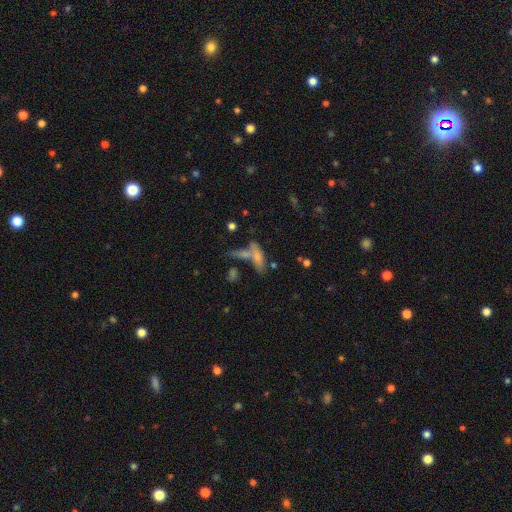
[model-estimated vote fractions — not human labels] A smooth galaxy with no disk features (64%) that is in between round and cigar-shaped (55%).

Vote fractions:
- Smooth or featured? smooth: 64% / featured or disk: 25% / star or artifact: 11%
- How rounded? in between: 55% / cigar-shaped: 41% / round: 4%
- Merging? none: 40% / merger: 37% / minor disturbance: 14% / major disturbance: 9%